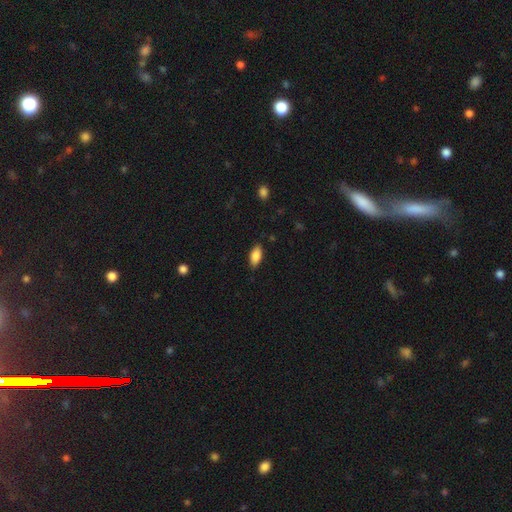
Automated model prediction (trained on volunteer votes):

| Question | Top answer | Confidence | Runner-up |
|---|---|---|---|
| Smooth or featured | smooth | 86% | featured or disk (8%) |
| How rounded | in between | 88% | cigar-shaped (10%) |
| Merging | none | 85% | minor disturbance (11%) |